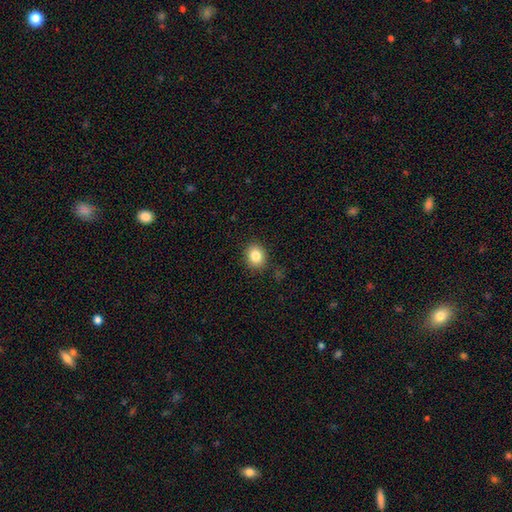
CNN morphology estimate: smooth_or_featured: smooth (p=0.84) [alt: star or artifact p=0.10]
how_rounded: round (p=0.60) [alt: in between p=0.39]
merging: none (p=0.88) [alt: minor disturbance p=0.09]